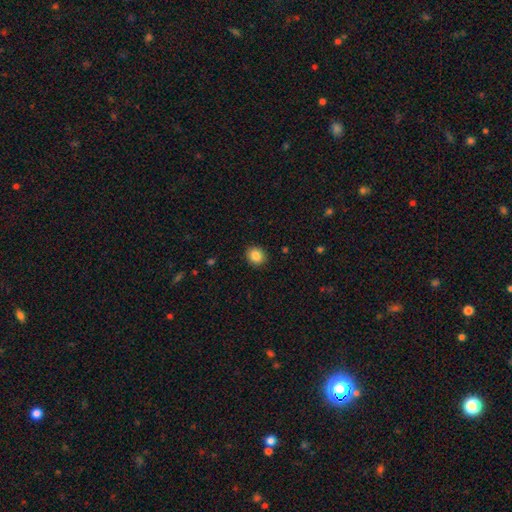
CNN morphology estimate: Smooth or featured: smooth — 86% (star or artifact — 9%)
How rounded: round — 77% (in between — 22%)
Merging: none — 91% (minor disturbance — 6%)